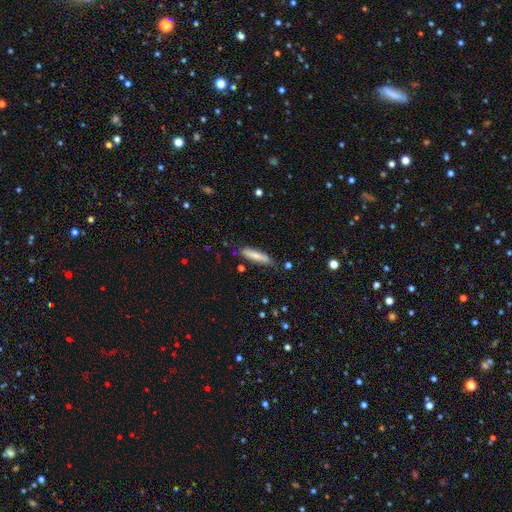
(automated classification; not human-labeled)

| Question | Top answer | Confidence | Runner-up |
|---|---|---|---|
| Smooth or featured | smooth | 72% | featured or disk (22%) |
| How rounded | cigar-shaped | 79% | in between (20%) |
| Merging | none | 80% | minor disturbance (15%) |